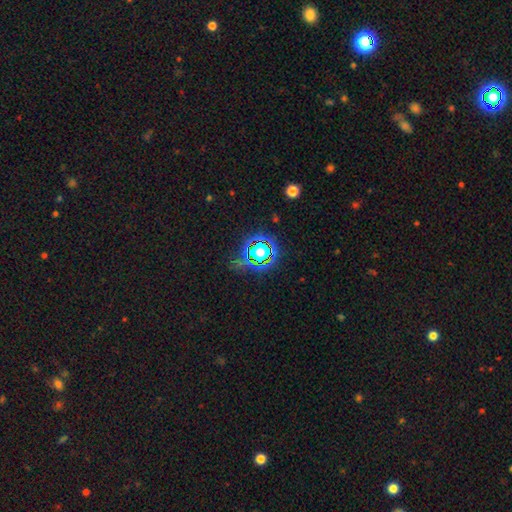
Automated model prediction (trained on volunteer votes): Q: Smooth or featured?
A: star or artifact (78%); runner-up: smooth (14%)